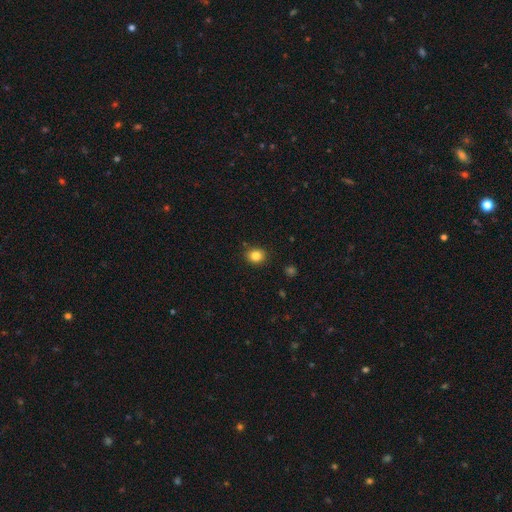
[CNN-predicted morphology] Smooth or featured? Predicted: smooth (p=0.84). How rounded? Predicted: round (p=0.67). Merging? Predicted: none (p=0.88).